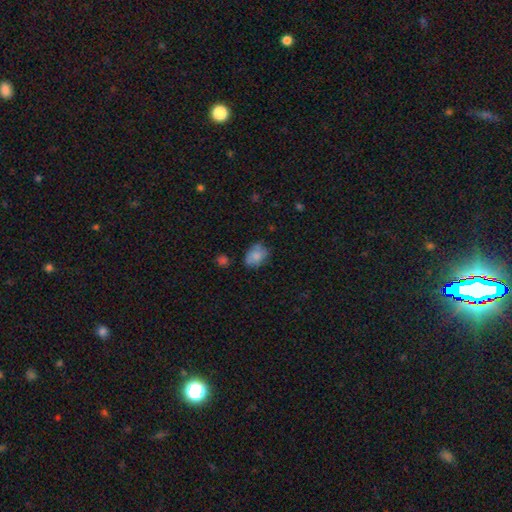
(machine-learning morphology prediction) smooth-or-featured: smooth: 77% | featured or disk: 14% | star or artifact: 9%
  how-rounded: in between: 71% | round: 28% | cigar-shaped: 1%
  merging: none: 63% | minor disturbance: 26% | major disturbance: 7% | merger: 3%